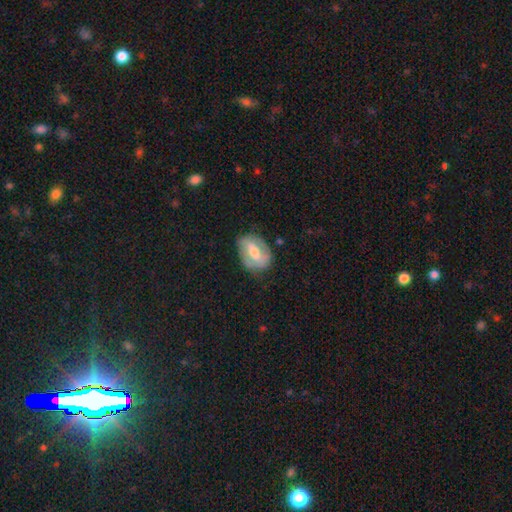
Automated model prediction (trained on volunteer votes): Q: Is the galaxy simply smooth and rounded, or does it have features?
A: featured or disk — 57%.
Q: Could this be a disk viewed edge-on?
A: no — 94%.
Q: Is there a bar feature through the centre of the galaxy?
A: strong — 42%.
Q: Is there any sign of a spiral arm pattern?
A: yes — 56%.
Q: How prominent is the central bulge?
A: moderate — 60%.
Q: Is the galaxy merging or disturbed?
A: none — 71%.